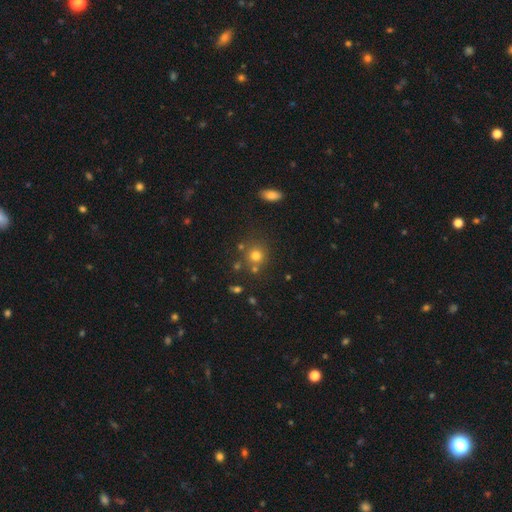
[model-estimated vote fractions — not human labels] Smooth or featured?
  - smooth: 74% *
  - star or artifact: 16%
  - featured or disk: 10%
How rounded?
  - round: 88% *
  - in between: 11%
  - cigar-shaped: 1%
Merging?
  - none: 71% *
  - merger: 14%
  - minor disturbance: 11%
  - major disturbance: 4%